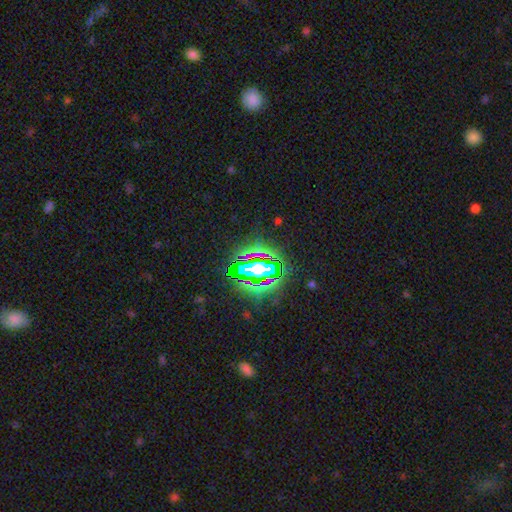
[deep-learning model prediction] Overall: star or artifact (70%).